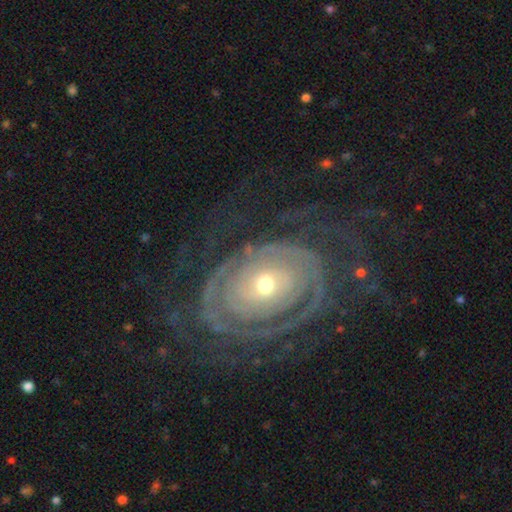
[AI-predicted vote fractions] featured or disk 87%, smooth 7%, star or artifact 6%. Down the decision tree: edge-on disk — no (96%); bar — no (73%); spiral arms — yes (91%); spiral arm count — can't tell (34%); spiral winding — tight (79%); bulge size — small (58%); merging — none (71%).